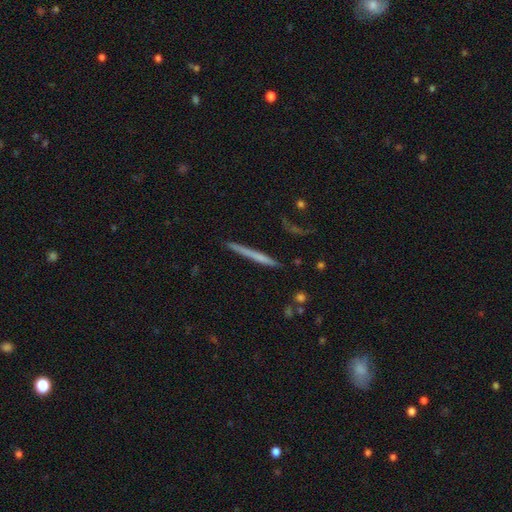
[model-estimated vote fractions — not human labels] smooth-or-featured: smooth: 48% | featured or disk: 46% | star or artifact: 6%
  merging: none: 89% | minor disturbance: 8% | major disturbance: 2% | merger: 1%